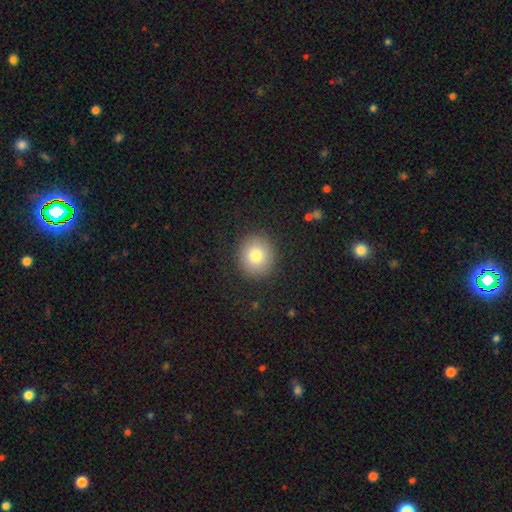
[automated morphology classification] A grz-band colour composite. It shows a smooth galaxy with no disk features (80%) that is round (88%). Merging: none (90%).